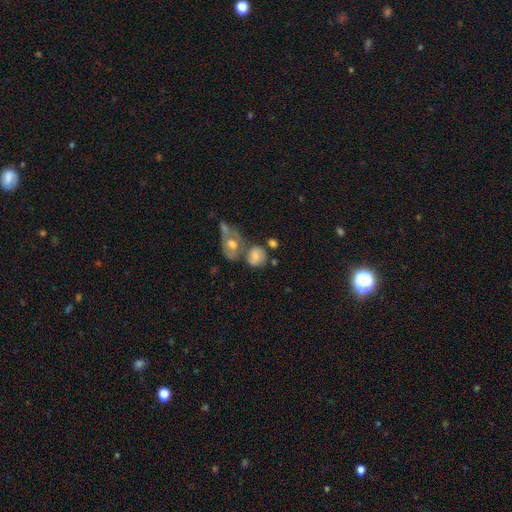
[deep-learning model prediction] Smooth or featured?
  - smooth: 61% *
  - featured or disk: 29%
  - star or artifact: 9%
How rounded?
  - round: 55% *
  - in between: 44%
  - cigar-shaped: 2%
Merging?
  - none: 38% *
  - merger: 34%
  - minor disturbance: 18%
  - major disturbance: 10%